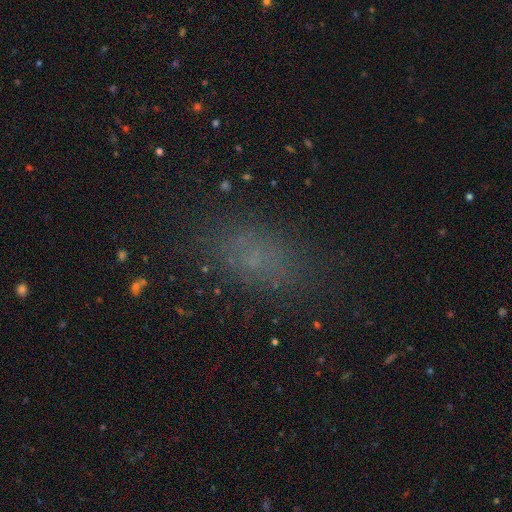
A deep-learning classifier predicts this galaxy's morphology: Overall: smooth (65%). How rounded: in between (83%). Merging: none (80%).